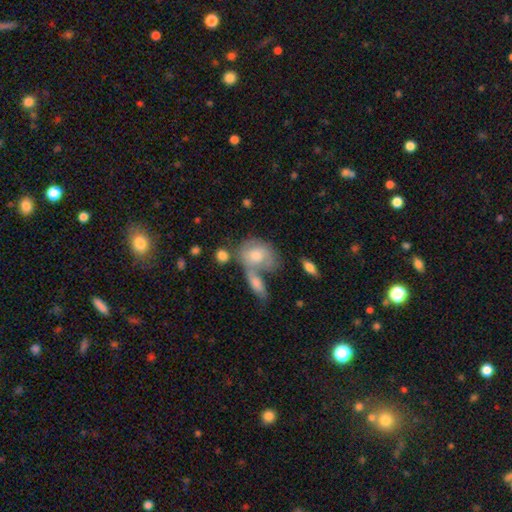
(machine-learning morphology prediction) This is possibly a smooth galaxy (52%). How rounded: likely in between (64%). Merging: marginally merger (42%).